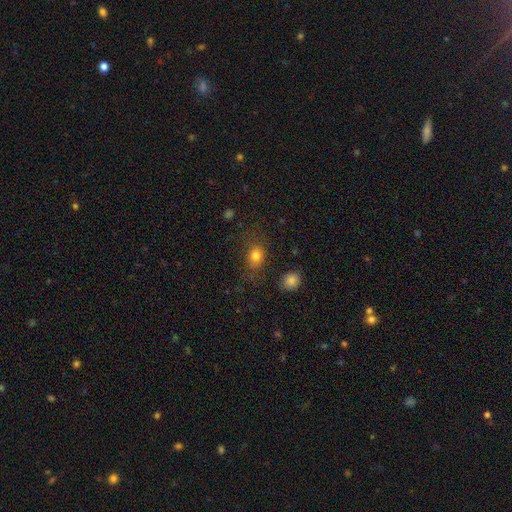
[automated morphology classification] type=smooth (80%); roundness=in between (56%); merging=none (72%).